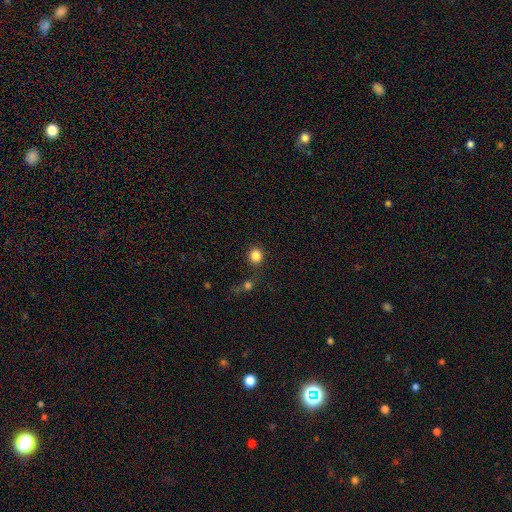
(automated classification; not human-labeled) Smooth or featured: smooth — 84% (star or artifact — 12%)
How rounded: round — 88% (in between — 11%)
Merging: none — 79% (merger — 9%)